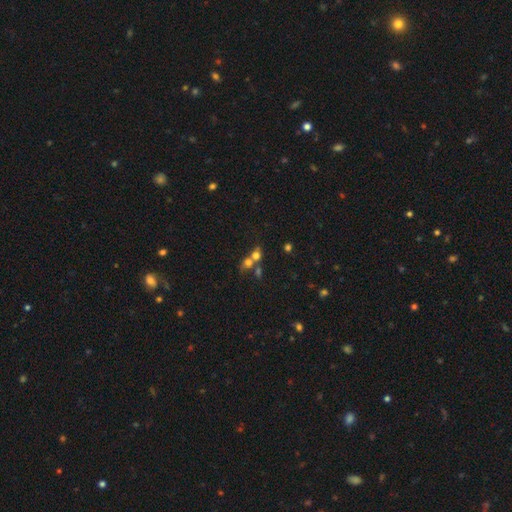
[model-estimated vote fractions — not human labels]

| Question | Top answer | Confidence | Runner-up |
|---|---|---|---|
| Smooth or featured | smooth | 64% | featured or disk (19%) |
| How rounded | round | 69% | in between (29%) |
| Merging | merger | 61% | none (27%) |